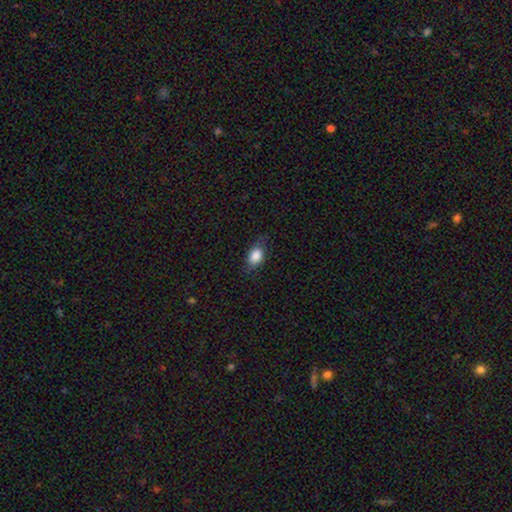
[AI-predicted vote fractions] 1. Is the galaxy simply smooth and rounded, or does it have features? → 84% smooth, 9% featured or disk, 8% star or artifact.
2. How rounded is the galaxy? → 83% in between, 15% round, 3% cigar-shaped.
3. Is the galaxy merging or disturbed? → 70% none, 22% minor disturbance, 7% major disturbance, 1% merger.